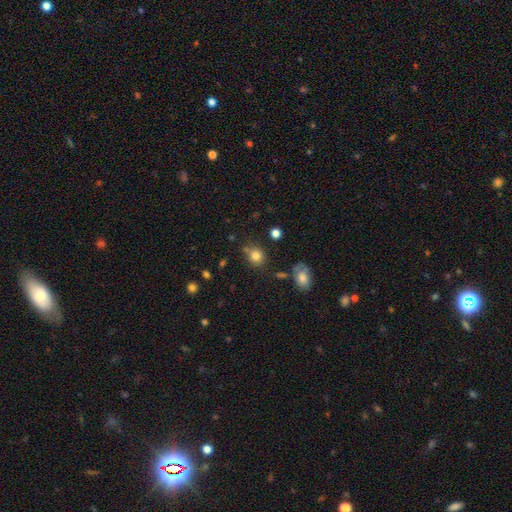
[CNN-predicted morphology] Smooth or featured? Predicted: smooth (p=0.81). How rounded? Predicted: round (p=0.70). Merging? Predicted: none (p=0.70).